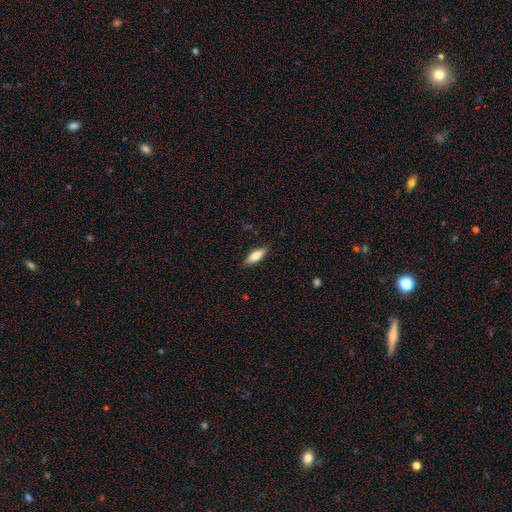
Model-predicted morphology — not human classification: type=smooth (77%); roundness=in between (57%); merging=none (86%).